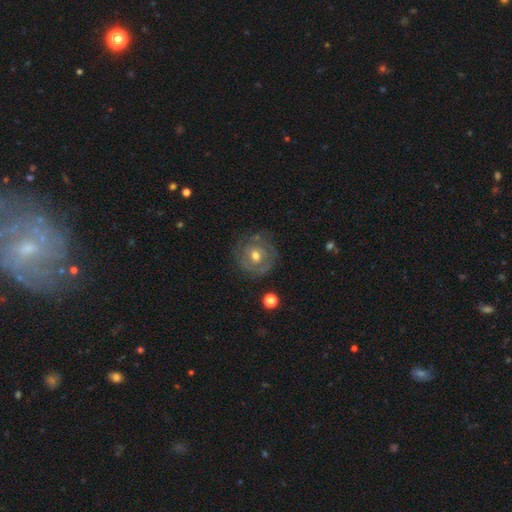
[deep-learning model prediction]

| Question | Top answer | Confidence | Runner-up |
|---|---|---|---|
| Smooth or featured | featured or disk | 58% | smooth (34%) |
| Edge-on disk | no | 97% | yes (3%) |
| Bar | no | 75% | weak (20%) |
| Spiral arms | no | 50% | tied: yes (50%) |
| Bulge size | moderate | 74% | small (18%) |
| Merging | none | 74% | minor disturbance (17%) |